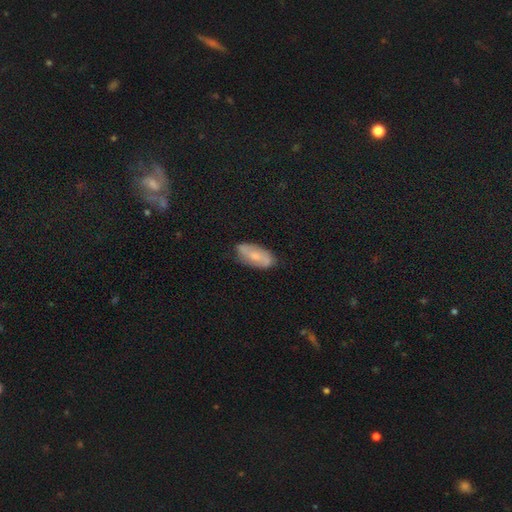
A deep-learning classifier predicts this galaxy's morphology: type=featured or disk (46%, tied with smooth); merging=none (76%).